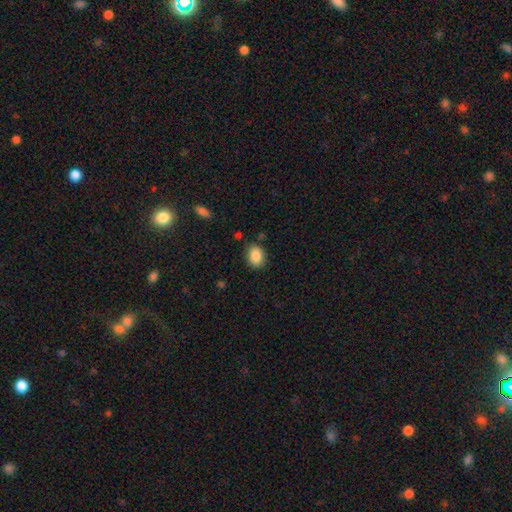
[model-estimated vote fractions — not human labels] Smooth or featured? Predicted: smooth (p=0.88). How rounded? Predicted: in between (p=0.69). Merging? Predicted: none (p=0.82).